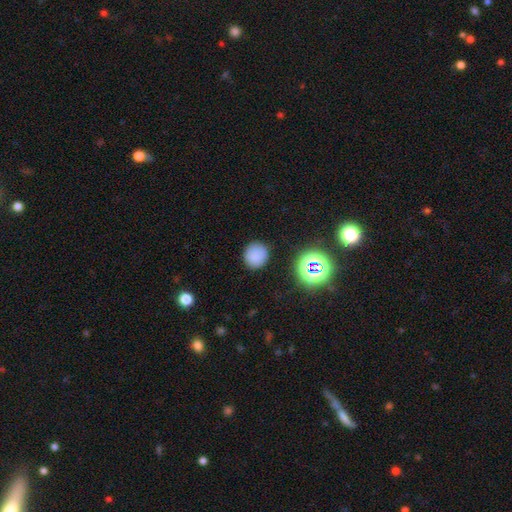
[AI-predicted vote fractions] smooth-or-featured: smooth: 79% | star or artifact: 15% | featured or disk: 6%
  how-rounded: round: 89% | in between: 10% | cigar-shaped: 1%
  merging: none: 87% | minor disturbance: 9% | major disturbance: 3% | merger: 2%